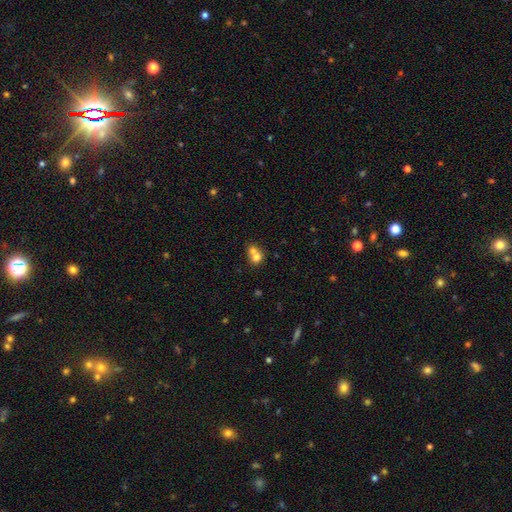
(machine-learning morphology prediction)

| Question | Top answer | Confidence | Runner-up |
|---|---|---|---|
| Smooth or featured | smooth | 71% | featured or disk (17%) |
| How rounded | round | 76% | in between (23%) |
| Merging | merger | 64% | none (29%) |